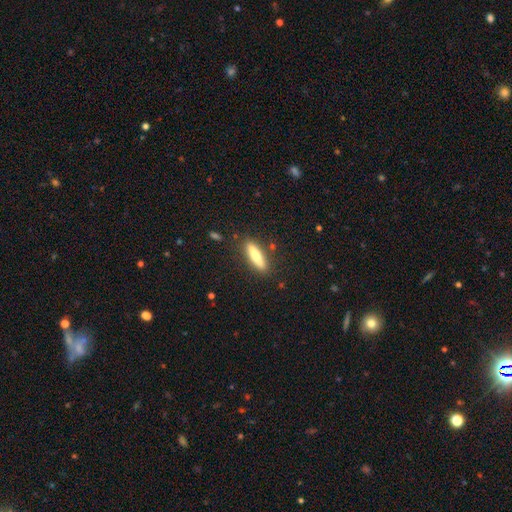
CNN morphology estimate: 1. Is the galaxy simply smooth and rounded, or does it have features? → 69% smooth, 25% featured or disk, 6% star or artifact.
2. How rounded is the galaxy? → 69% cigar-shaped, 29% in between, 2% round.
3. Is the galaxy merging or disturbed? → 86% none, 10% minor disturbance, 2% major disturbance, 2% merger.